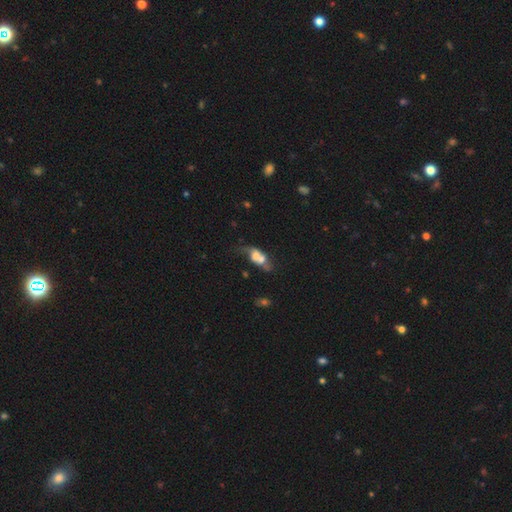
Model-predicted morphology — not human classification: Overall: smooth (50%; featured or disk 39%). How rounded: in between (67%). Merging: merger (54%; none 20%).